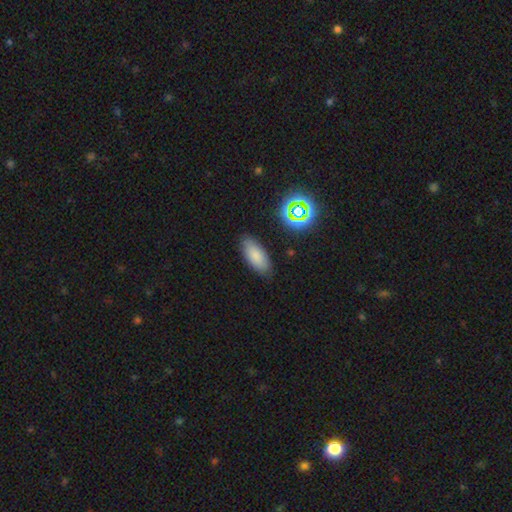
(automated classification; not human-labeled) smooth 81%, star or artifact 10%, featured or disk 9%. Down the decision tree: how rounded — in between (84%); merging — none (84%).